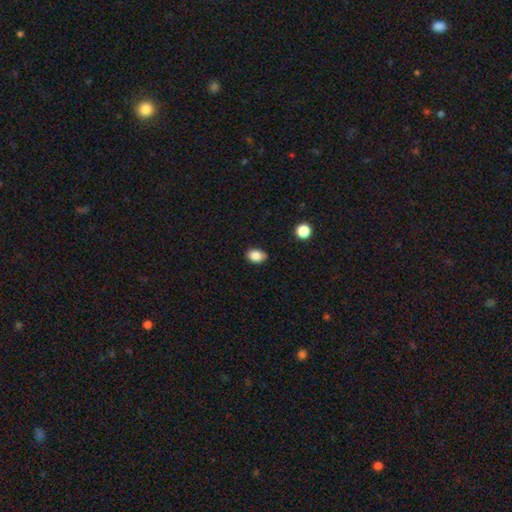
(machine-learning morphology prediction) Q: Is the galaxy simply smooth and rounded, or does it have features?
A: smooth — 85%.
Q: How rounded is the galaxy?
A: in between — 75%.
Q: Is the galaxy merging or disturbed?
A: none — 79%.